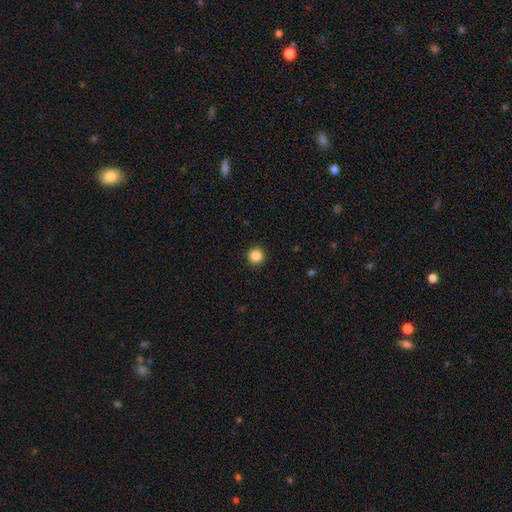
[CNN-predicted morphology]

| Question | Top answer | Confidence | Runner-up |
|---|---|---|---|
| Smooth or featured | smooth | 86% | star or artifact (11%) |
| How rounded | round | 95% | in between (4%) |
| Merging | none | 93% | minor disturbance (5%) |